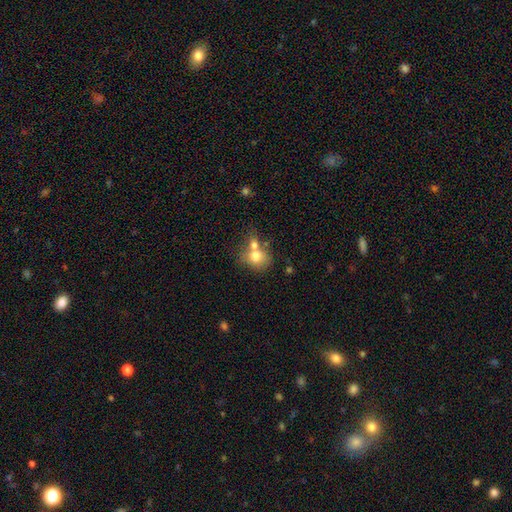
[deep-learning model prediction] Overall: smooth (72%). How rounded: round (65%; in between 34%). Merging: merger (52%; none 33%).